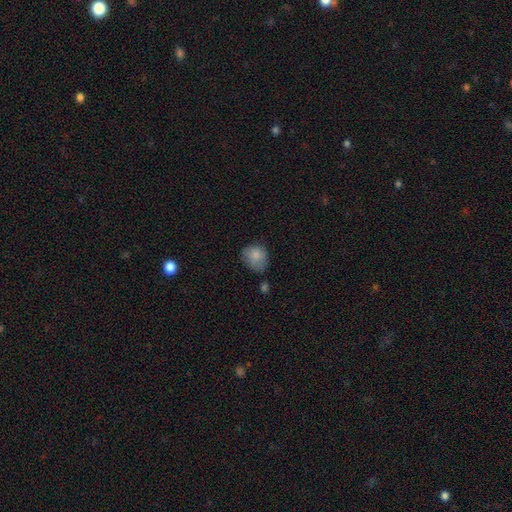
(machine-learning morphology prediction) Q: Smooth or featured?
A: smooth (83%); runner-up: featured or disk (9%)
Q: How rounded?
A: round (59%); runner-up: in between (40%)
Q: Merging?
A: none (51%); runner-up: minor disturbance (33%)